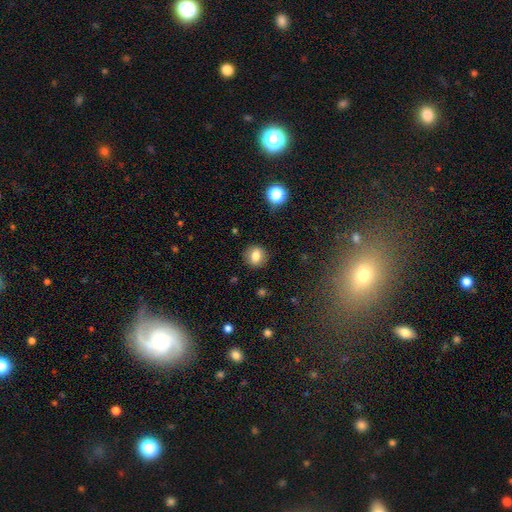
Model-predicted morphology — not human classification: Smooth or featured: smooth — 80% (star or artifact — 11%)
How rounded: round — 78% (in between — 21%)
Merging: none — 89% (minor disturbance — 8%)